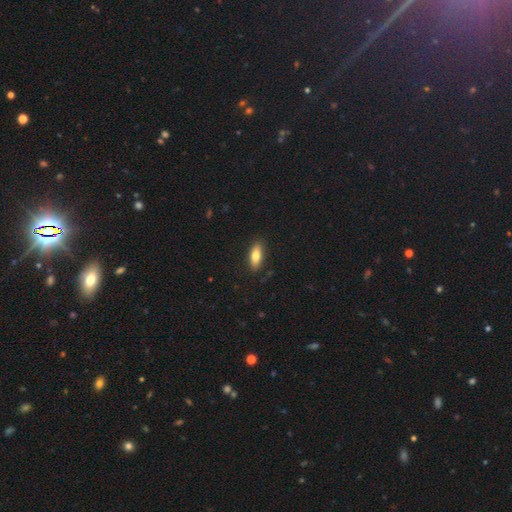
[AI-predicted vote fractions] smooth_or_featured: smooth (p=0.78) [alt: featured or disk p=0.15]
how_rounded: in between (p=0.77) [alt: cigar-shaped p=0.20]
merging: none (p=0.87) [alt: minor disturbance p=0.09]